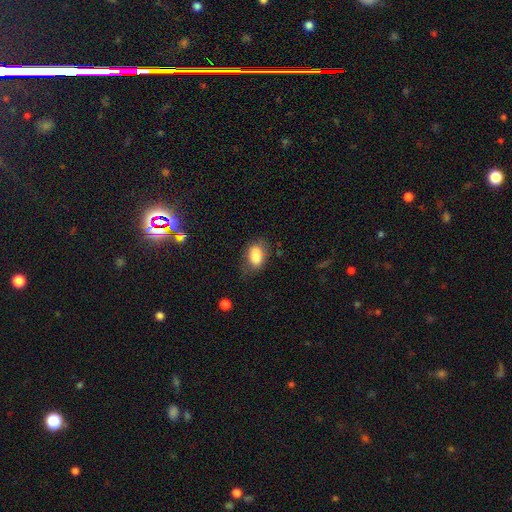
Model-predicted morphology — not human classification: This is likely a smooth galaxy (77%). How rounded: clearly in between (81%). Merging: possibly none (45%).